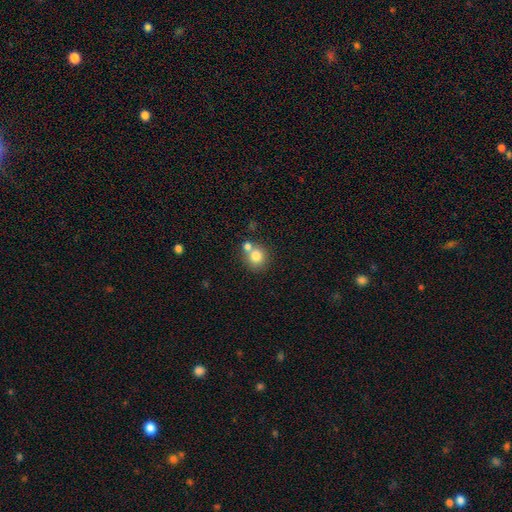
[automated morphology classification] smooth 78%, featured or disk 11%, star or artifact 10%. Down the decision tree: how rounded — round (87%); merging — none (52%).